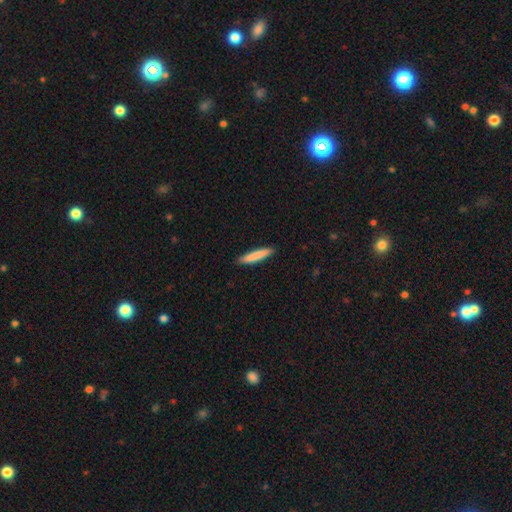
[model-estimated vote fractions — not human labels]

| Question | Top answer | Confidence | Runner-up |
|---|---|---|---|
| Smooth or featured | smooth | 84% | featured or disk (11%) |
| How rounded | cigar-shaped | 92% | in between (7%) |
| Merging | none | 91% | minor disturbance (7%) |